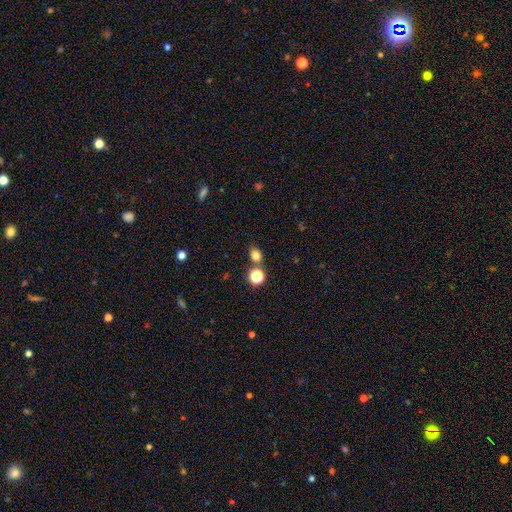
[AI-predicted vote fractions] Smooth or featured? smooth (78%)
How rounded? round (49%, tied with in between)
Merging? none (74%)